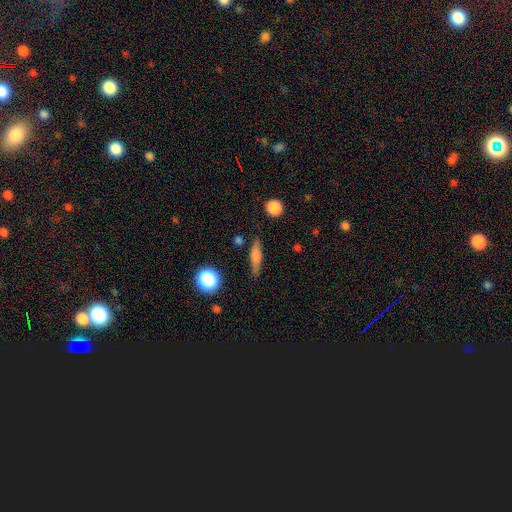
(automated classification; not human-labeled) A smooth galaxy with no disk features (58%) that is cigar-shaped (70%). Merging: none (82%).